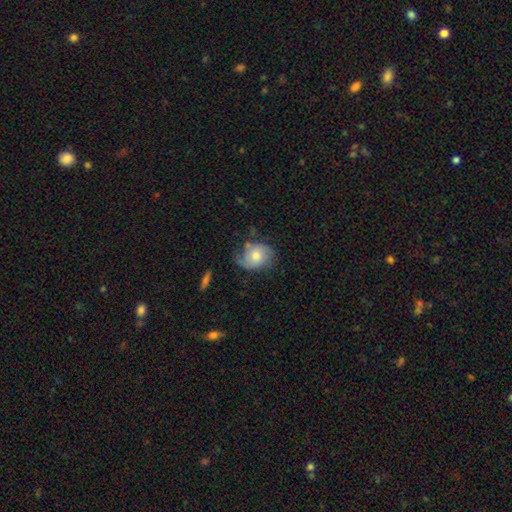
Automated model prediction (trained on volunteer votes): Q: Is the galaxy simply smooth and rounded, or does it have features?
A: smooth — 53%.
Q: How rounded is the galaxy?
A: in between — 50%.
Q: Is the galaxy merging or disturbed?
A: none — 49%.